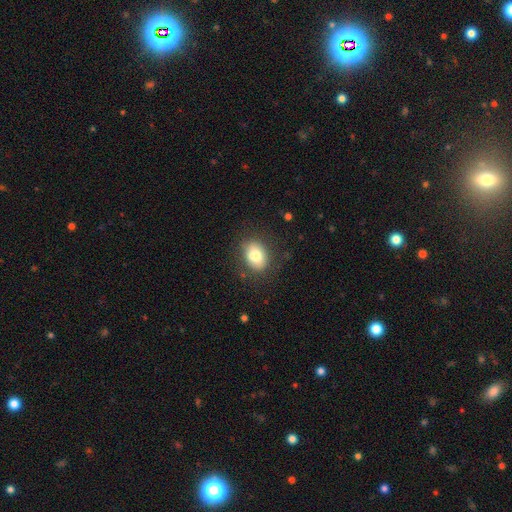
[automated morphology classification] This appears to be a smooth galaxy with no disk features (77%) that is in between round and cigar-shaped (67%). Merging: none (77%).